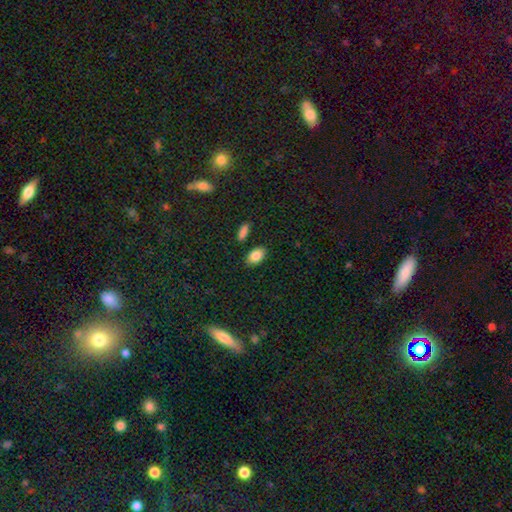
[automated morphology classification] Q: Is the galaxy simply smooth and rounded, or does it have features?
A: smooth — 86%.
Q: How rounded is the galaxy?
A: in between — 91%.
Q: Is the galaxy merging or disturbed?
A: none — 85%.